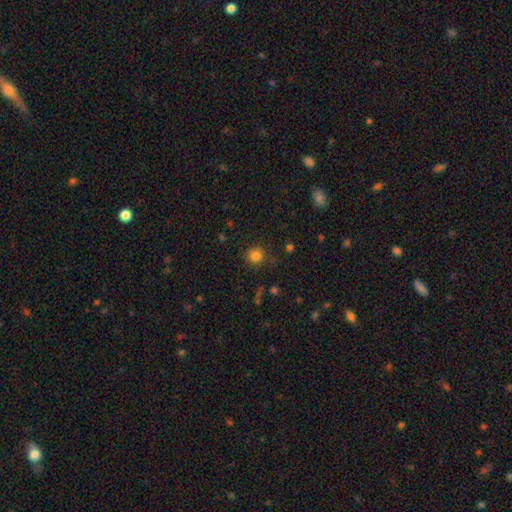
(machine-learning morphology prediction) This appears to be a smooth galaxy with no disk features (81%) that is round (92%). Merging: none (86%).